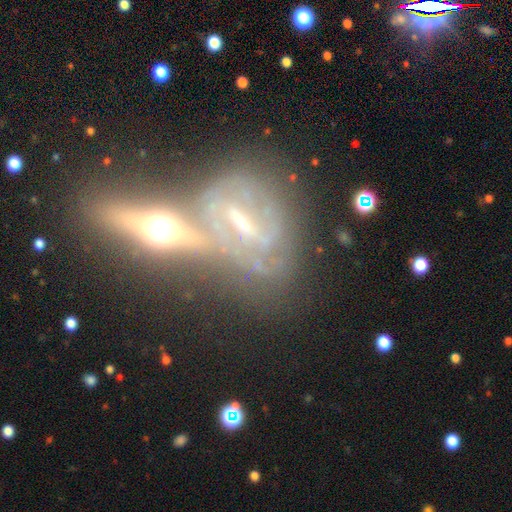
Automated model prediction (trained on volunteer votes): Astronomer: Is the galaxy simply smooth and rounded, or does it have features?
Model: featured or disk — 77%.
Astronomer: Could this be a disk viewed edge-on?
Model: no — 67%.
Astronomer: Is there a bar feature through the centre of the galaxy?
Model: strong — 42% (runner-up: weak, 33%).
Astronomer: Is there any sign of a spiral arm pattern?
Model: yes — 70%.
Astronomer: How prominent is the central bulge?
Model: small — 45% (runner-up: moderate, 36%).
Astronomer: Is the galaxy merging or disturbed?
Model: none — 41% (runner-up: merger, 33%).